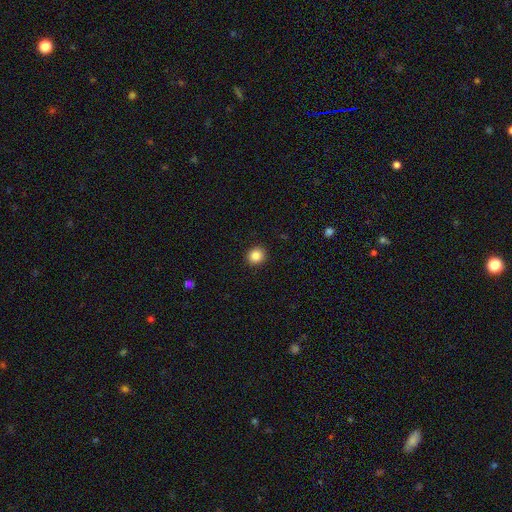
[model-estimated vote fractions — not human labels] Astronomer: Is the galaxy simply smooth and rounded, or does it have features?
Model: smooth — 87%.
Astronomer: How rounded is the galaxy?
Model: round — 86%.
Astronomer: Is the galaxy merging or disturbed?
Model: none — 91%.